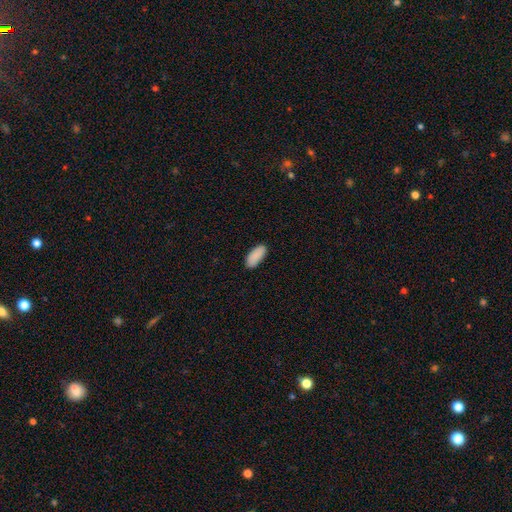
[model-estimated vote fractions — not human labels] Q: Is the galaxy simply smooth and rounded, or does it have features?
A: smooth — 90%.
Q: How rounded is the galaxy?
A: in between — 86%.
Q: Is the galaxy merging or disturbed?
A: none — 86%.